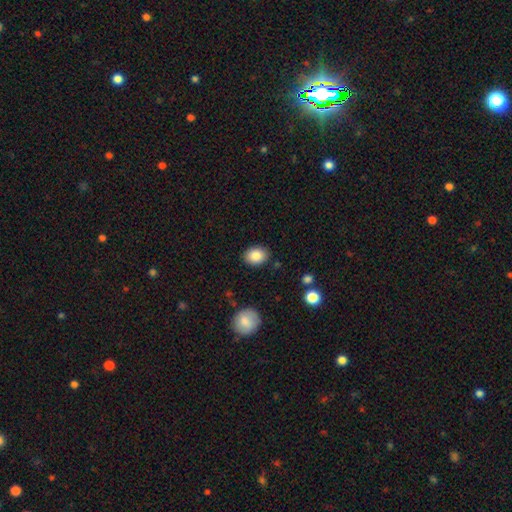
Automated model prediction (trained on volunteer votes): This is clearly a smooth galaxy (85%). How rounded: likely in between (64%). Merging: clearly none (87%).